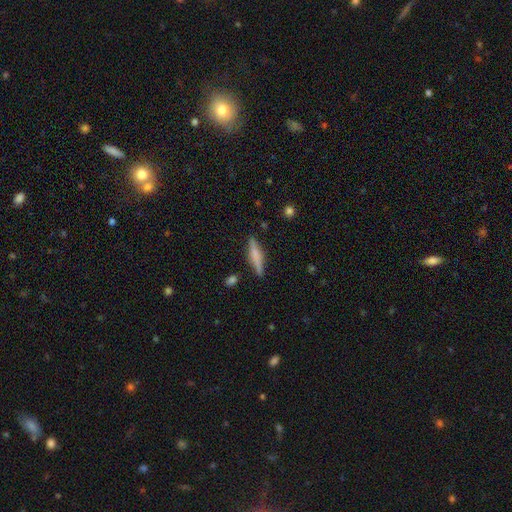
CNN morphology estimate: Overall: smooth (50%; featured or disk 43%). Merging: none (85%).